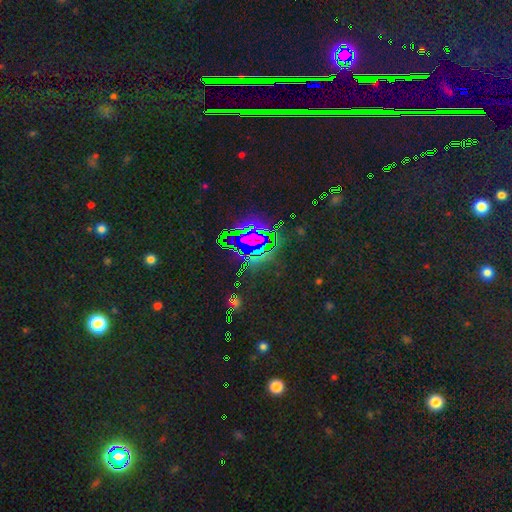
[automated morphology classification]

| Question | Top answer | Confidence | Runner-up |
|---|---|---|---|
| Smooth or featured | star or artifact | 83% | featured or disk (9%) |